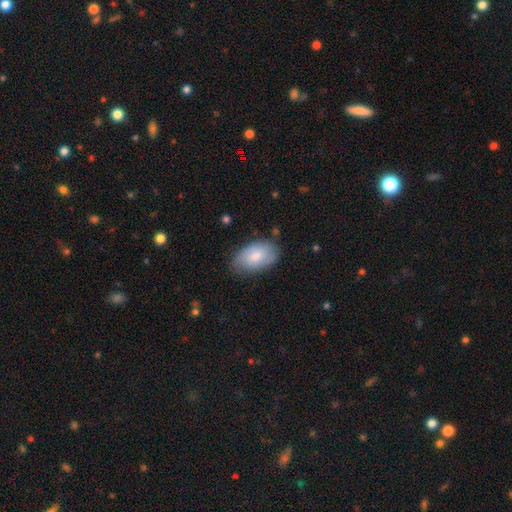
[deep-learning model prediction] A smooth galaxy with no disk features (69%) that is in between round and cigar-shaped (93%). Merging: none (72%).